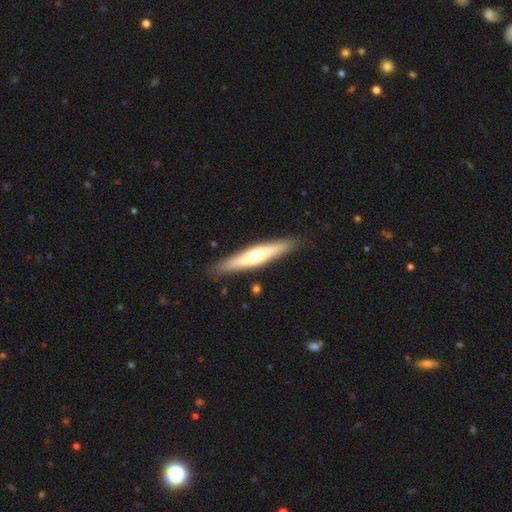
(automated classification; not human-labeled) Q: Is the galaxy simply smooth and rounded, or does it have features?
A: featured or disk — 52%.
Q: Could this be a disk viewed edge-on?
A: yes — 86%.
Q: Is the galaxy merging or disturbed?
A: none — 86%.